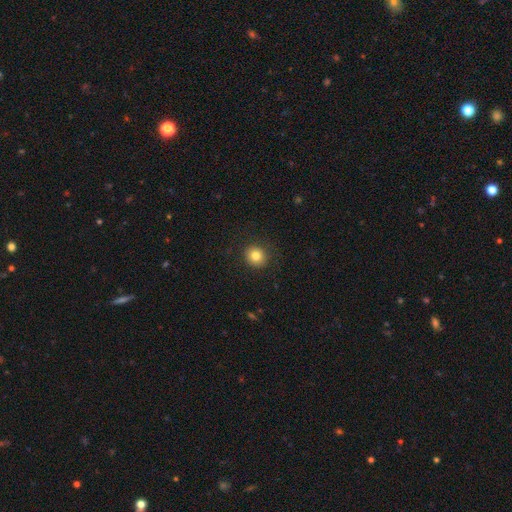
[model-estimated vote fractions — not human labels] smooth 83%, star or artifact 11%, featured or disk 7%. Down the decision tree: how rounded — round (89%); merging — none (90%).